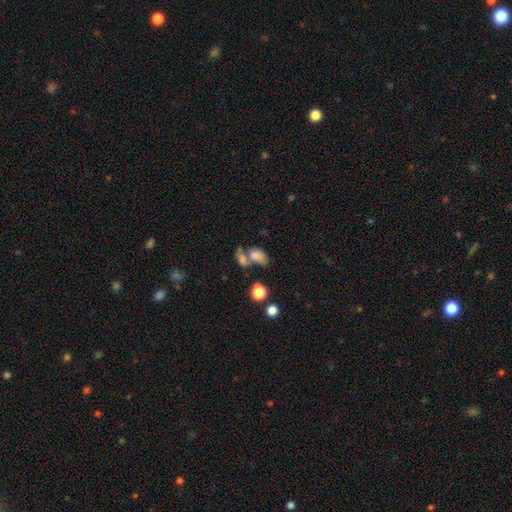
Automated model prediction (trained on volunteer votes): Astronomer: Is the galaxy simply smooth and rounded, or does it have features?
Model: smooth — 72%.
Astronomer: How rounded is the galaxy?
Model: in between — 80%.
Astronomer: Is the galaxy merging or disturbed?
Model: merger — 54%.